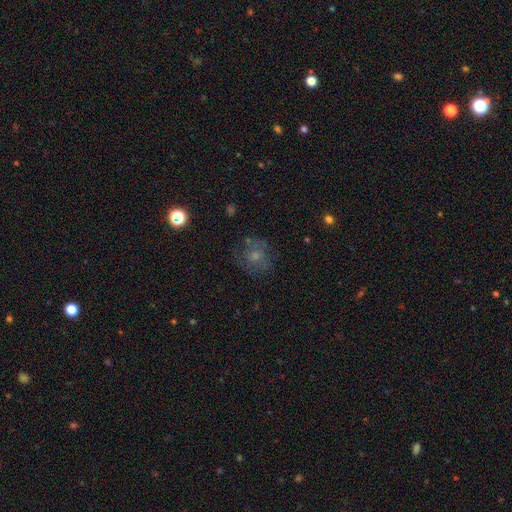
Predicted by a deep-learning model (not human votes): smooth 54%, featured or disk 32%, star or artifact 15%. Down the decision tree: how rounded — round (79%); merging — none (64%).